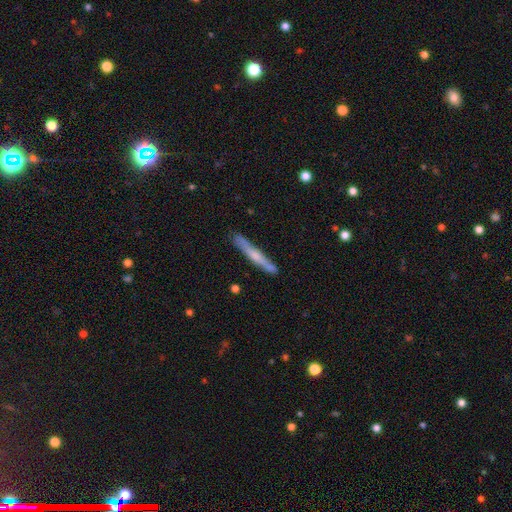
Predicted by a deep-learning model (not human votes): A featured or disk galaxy (52%) viewed edge-on (94%). Merging: none (85%).